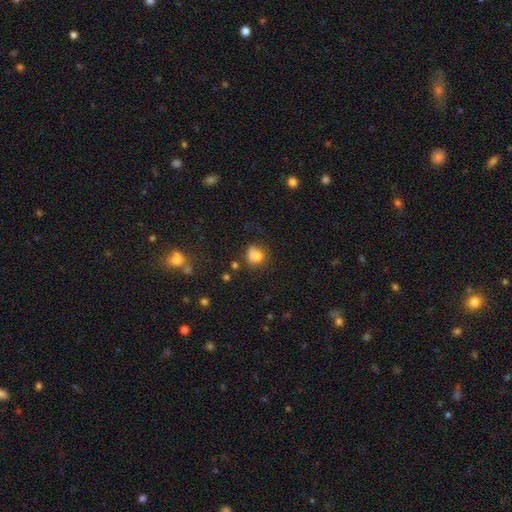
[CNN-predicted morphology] smooth_or_featured: smooth (p=0.76) [alt: featured or disk p=0.13]
how_rounded: round (p=0.73) [alt: in between p=0.26]
merging: none (p=0.51) [alt: minor disturbance p=0.27]